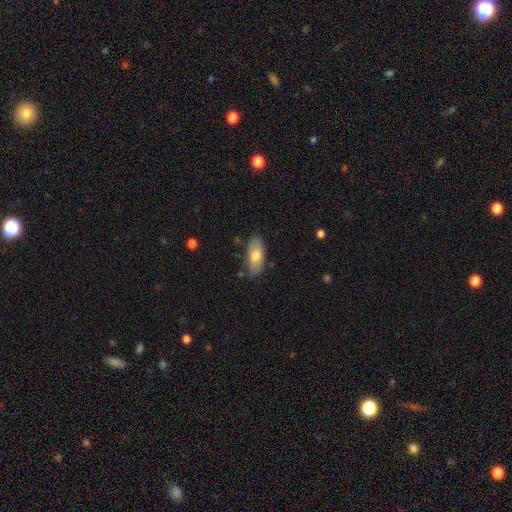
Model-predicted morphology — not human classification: This appears to be a smooth galaxy with no disk features (69%) that is in between round and cigar-shaped (87%). Merging: none (80%).